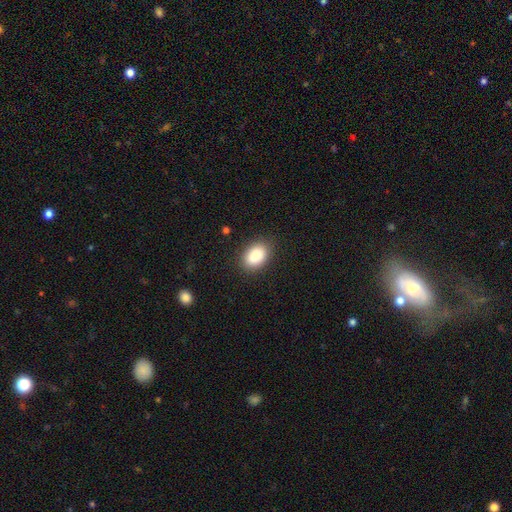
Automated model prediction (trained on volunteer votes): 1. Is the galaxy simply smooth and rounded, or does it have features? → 86% smooth, 7% star or artifact, 6% featured or disk.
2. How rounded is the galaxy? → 84% in between, 15% round, 1% cigar-shaped.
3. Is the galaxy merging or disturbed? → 87% none, 9% minor disturbance, 3% major disturbance, 1% merger.